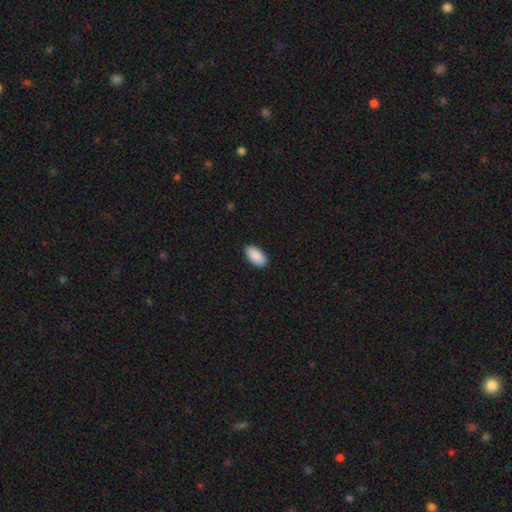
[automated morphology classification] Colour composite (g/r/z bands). It shows a smooth galaxy with no disk features (92%) that is in between round and cigar-shaped (96%). Merging: none (90%).